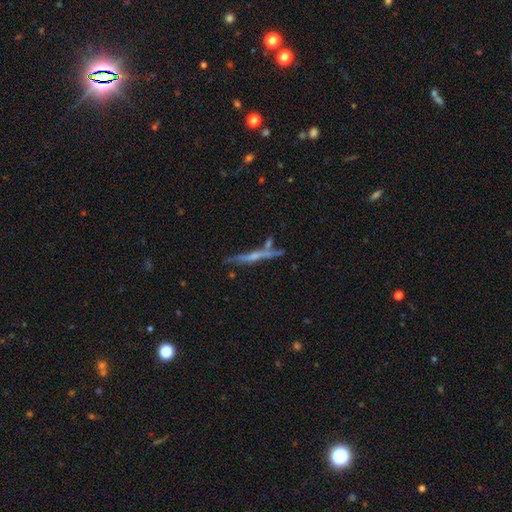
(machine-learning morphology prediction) featured or disk 67%, smooth 25%, star or artifact 8%. Down the decision tree: edge-on disk — yes (95%); edge-on bulge — rounded (49%); merging — none (74%).